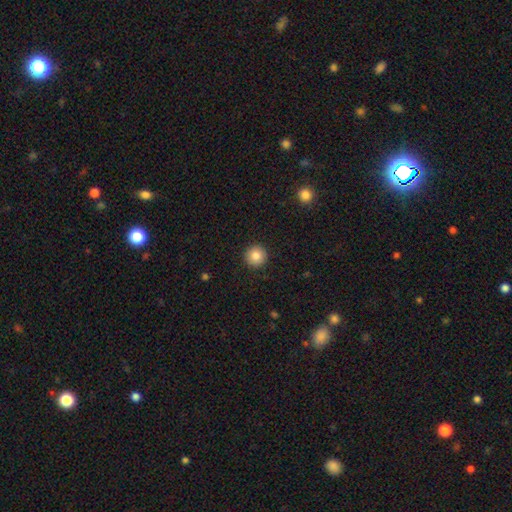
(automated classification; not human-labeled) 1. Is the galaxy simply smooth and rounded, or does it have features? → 84% smooth, 10% star or artifact, 6% featured or disk.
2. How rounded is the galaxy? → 96% round, 3% in between, 1% cigar-shaped.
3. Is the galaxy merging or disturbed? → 92% none, 5% minor disturbance, 2% major disturbance, 1% merger.